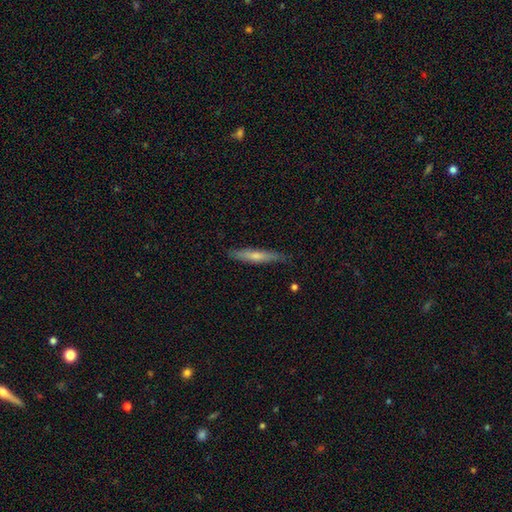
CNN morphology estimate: type=smooth (55%); roundness=cigar-shaped (92%); merging=none (86%).